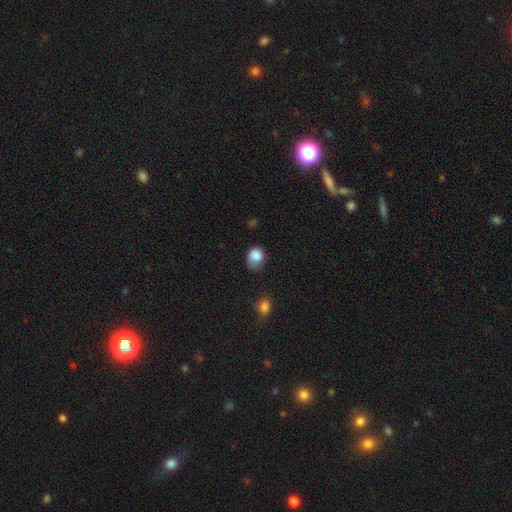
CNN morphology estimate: smooth_or_featured: smooth (p=0.85) [alt: star or artifact p=0.08]
how_rounded: round (p=0.58) [alt: in between p=0.41]
merging: none (p=0.51) [alt: minor disturbance p=0.36]